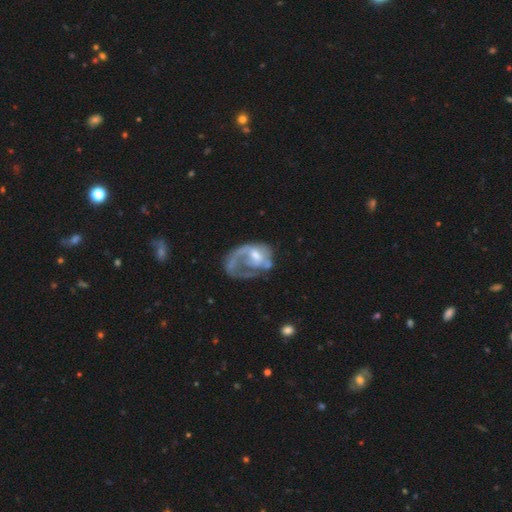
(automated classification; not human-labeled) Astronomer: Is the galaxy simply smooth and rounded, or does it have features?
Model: featured or disk — 68%.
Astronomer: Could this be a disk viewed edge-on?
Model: no — 97%.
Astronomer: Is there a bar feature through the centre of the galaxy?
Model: no — 63%.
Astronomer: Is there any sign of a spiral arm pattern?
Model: yes — 52% (runner-up: no, 48%).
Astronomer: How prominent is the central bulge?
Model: moderate — 48% (runner-up: small, 33%).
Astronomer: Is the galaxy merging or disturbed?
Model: major disturbance — 51%.